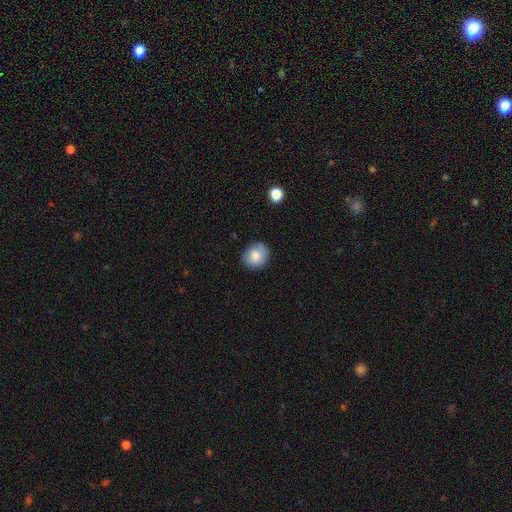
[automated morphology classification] A smooth galaxy with no disk features (81%) that is round (69%). Merging: none (78%).